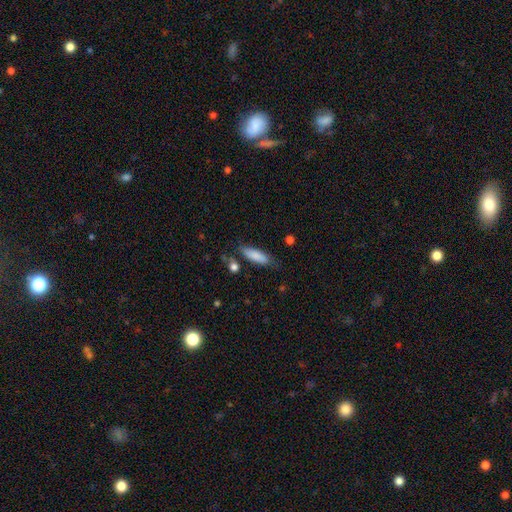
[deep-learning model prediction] This is clearly a smooth galaxy (83%). How rounded: possibly cigar-shaped (56%). Merging: likely none (75%).